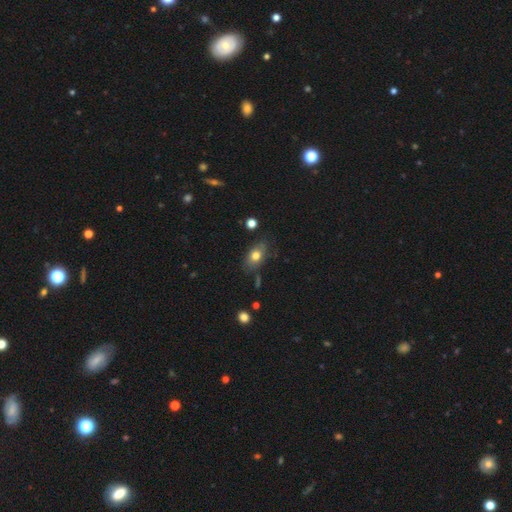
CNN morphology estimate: The model was most divided on "merging": none: 74%, minor disturbance: 19%, major disturbance: 4%, merger: 3%. More confident: how rounded — in between (82%); smooth or featured — smooth (74%).